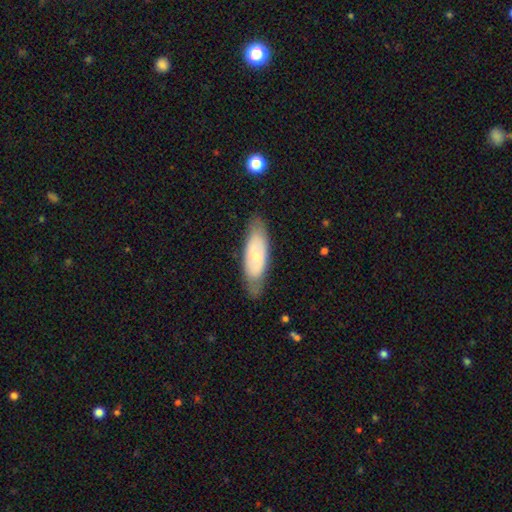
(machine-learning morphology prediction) Overall: smooth (52%; featured or disk 42%). How rounded: in between (62%; cigar-shaped 36%). Merging: none (75%).